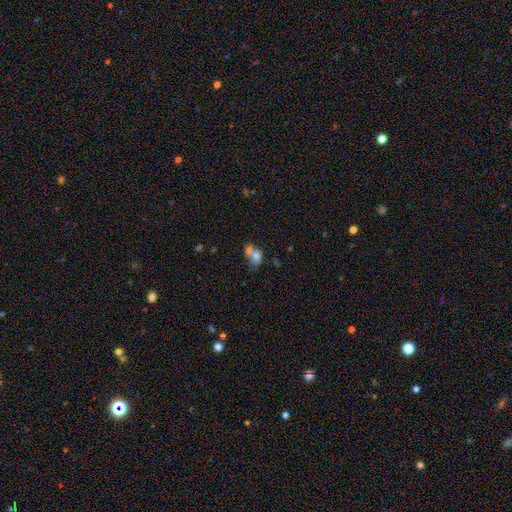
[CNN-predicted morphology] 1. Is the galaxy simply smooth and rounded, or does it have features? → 67% smooth, 23% featured or disk, 10% star or artifact.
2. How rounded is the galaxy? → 55% in between, 44% round, 1% cigar-shaped.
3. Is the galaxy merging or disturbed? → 68% merger, 17% none, 9% minor disturbance, 7% major disturbance.